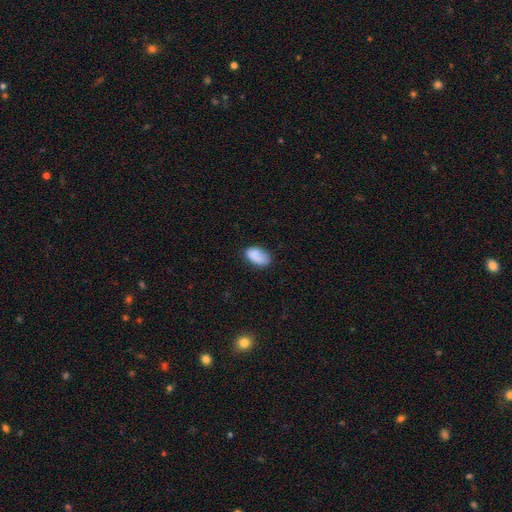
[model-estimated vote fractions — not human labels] A smooth galaxy with no disk features (85%) that is in between round and cigar-shaped (93%).

Vote fractions:
- Smooth or featured? smooth: 85% / star or artifact: 8% / featured or disk: 7%
- How rounded? in between: 93% / round: 6% / cigar-shaped: 2%
- Merging? none: 72% / minor disturbance: 21% / major disturbance: 5% / merger: 2%